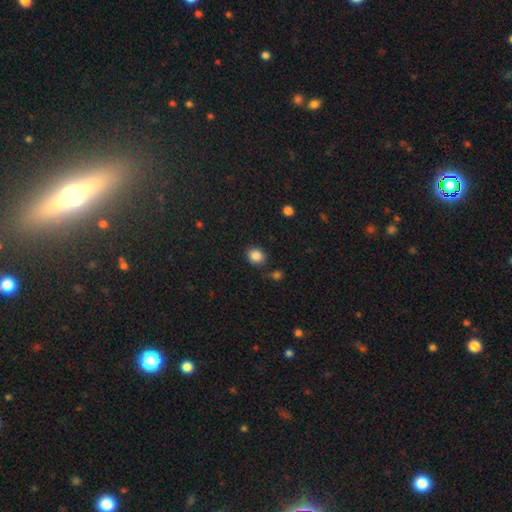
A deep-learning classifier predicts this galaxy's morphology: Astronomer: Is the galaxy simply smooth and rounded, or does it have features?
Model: smooth — 86%.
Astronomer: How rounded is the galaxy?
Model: round — 75%.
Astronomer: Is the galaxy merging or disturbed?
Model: none — 81%.